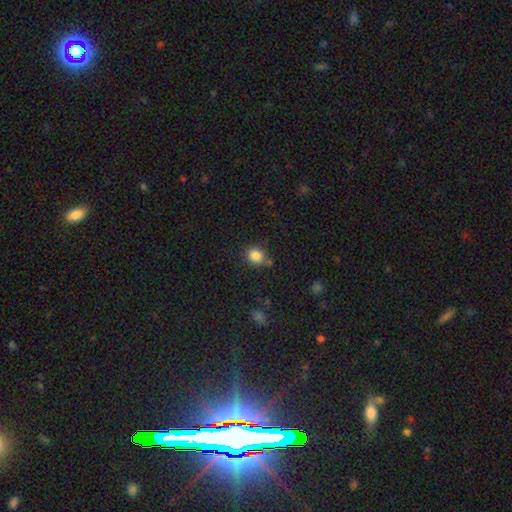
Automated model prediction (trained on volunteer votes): Q: Smooth or featured?
A: smooth (85%); runner-up: star or artifact (10%)
Q: How rounded?
A: round (70%); runner-up: in between (29%)
Q: Merging?
A: none (74%); runner-up: minor disturbance (15%)